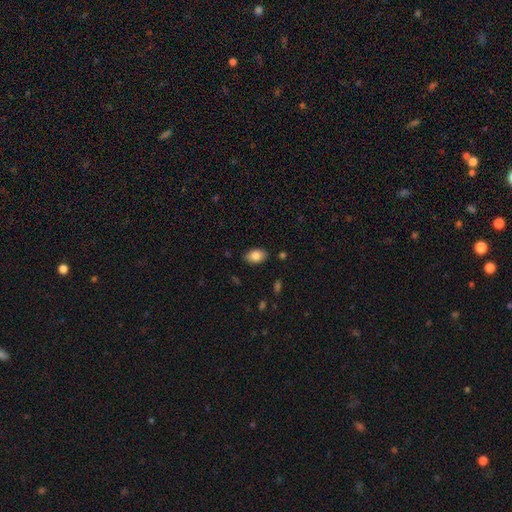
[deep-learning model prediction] A smooth galaxy with no disk features (84%) that is in between round and cigar-shaped (90%).

Vote fractions:
- Smooth or featured? smooth: 84% / featured or disk: 8% / star or artifact: 7%
- How rounded? in between: 90% / round: 9% / cigar-shaped: 1%
- Merging? none: 85% / minor disturbance: 11% / major disturbance: 2% / merger: 2%